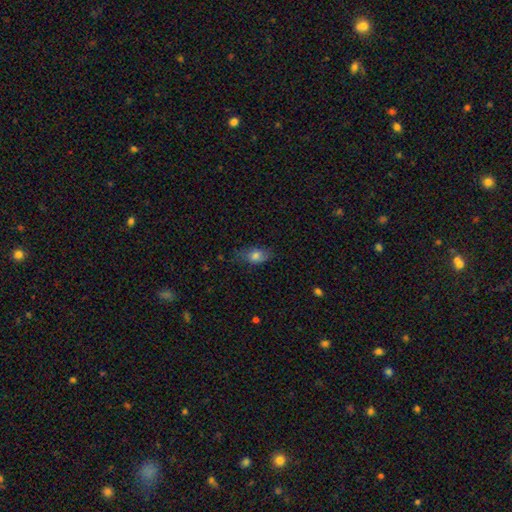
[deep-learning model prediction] Smooth or featured?
  - smooth: 78% *
  - featured or disk: 13%
  - star or artifact: 9%
How rounded?
  - in between: 84% *
  - round: 11%
  - cigar-shaped: 5%
Merging?
  - none: 64% *
  - minor disturbance: 26%
  - major disturbance: 8%
  - merger: 2%